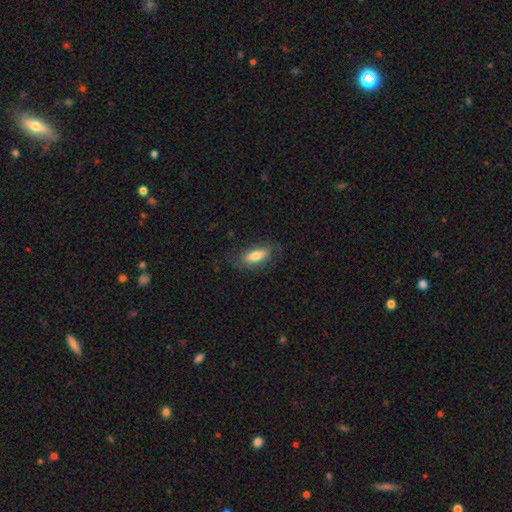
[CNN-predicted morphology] Q: Smooth or featured?
A: smooth (71%); runner-up: featured or disk (22%)
Q: How rounded?
A: in between (78%); runner-up: cigar-shaped (19%)
Q: Merging?
A: none (75%); runner-up: minor disturbance (17%)